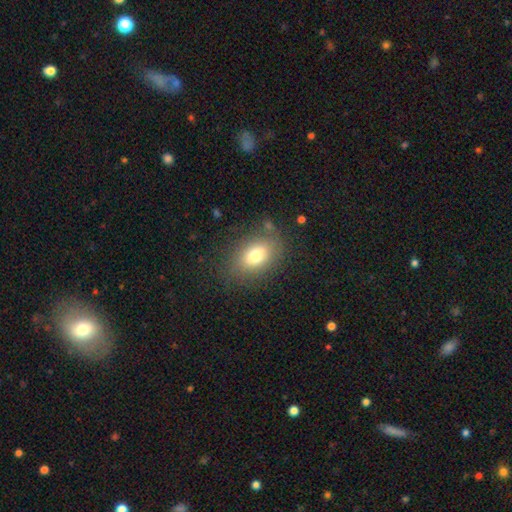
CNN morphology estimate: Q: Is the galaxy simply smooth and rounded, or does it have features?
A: smooth — 75%.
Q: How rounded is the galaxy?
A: in between — 75%.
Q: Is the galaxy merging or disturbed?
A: none — 78%.